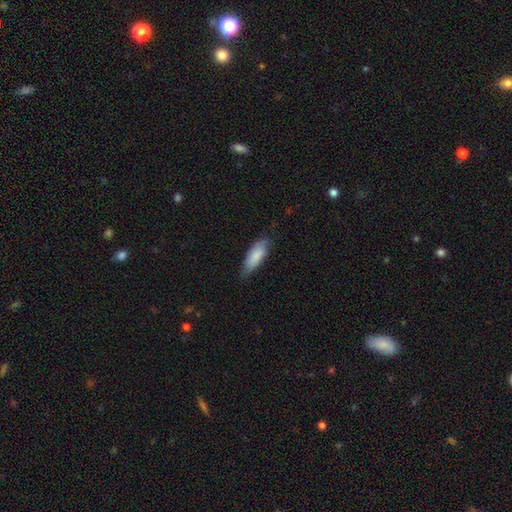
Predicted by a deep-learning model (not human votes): A smooth galaxy with no disk features (82%) that is in between round and cigar-shaped (69%). Merging: none (70%).